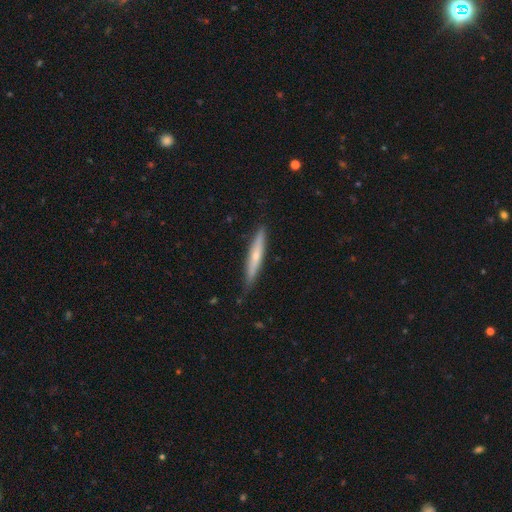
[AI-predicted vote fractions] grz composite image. It shows a smooth galaxy with no disk features (49%). Merging: none (85%).